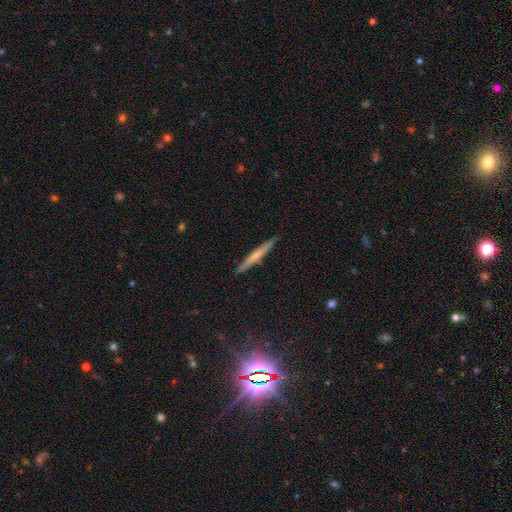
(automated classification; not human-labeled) Overall: smooth (54%; featured or disk 40%). How rounded: cigar-shaped (96%). Merging: none (90%).